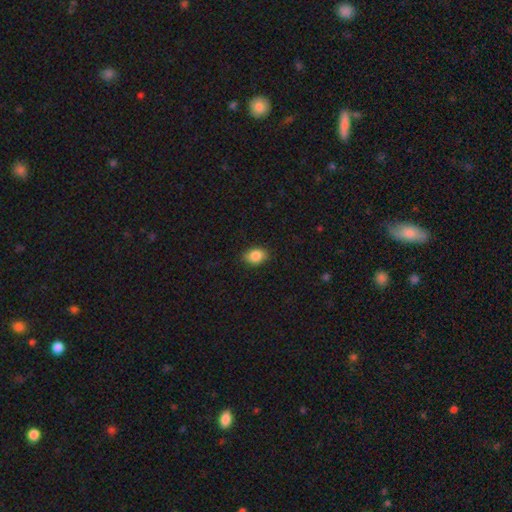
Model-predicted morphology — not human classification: smooth-or-featured: smooth: 86% | star or artifact: 8% | featured or disk: 6%
  how-rounded: in between: 78% | round: 21% | cigar-shaped: 1%
  merging: none: 87% | minor disturbance: 10% | major disturbance: 2% | merger: 1%